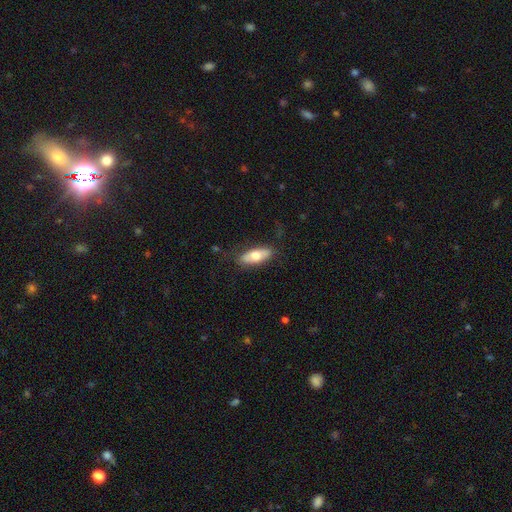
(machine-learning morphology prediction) Q: Smooth or featured?
A: smooth (66%); runner-up: featured or disk (28%)
Q: How rounded?
A: in between (72%); runner-up: cigar-shaped (25%)
Q: Merging?
A: none (80%); runner-up: minor disturbance (15%)